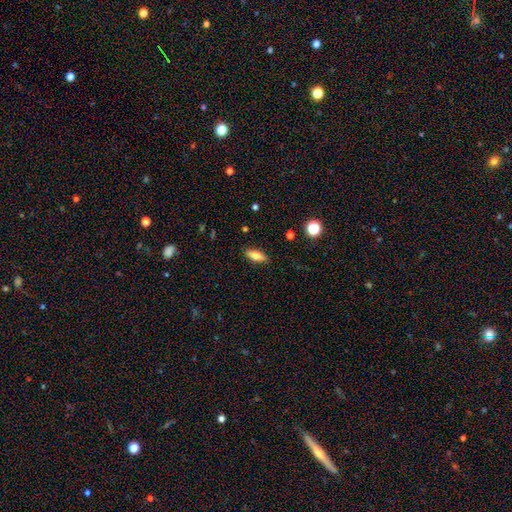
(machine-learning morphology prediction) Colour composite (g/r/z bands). It shows a smooth galaxy with no disk features (75%) that is in between round and cigar-shaped (72%). Merging: none (87%).